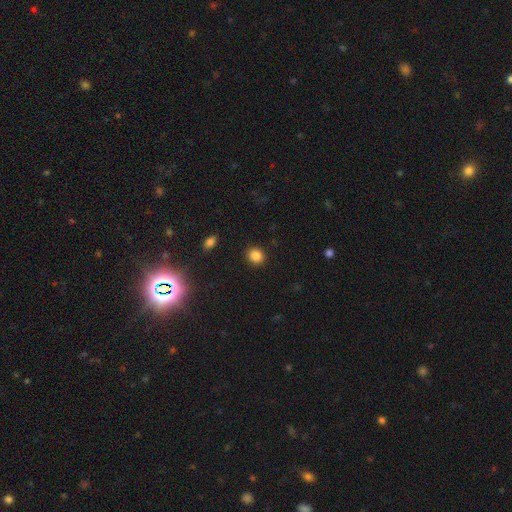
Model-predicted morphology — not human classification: smooth-or-featured: smooth: 84% | star or artifact: 11% | featured or disk: 4%
  how-rounded: round: 75% | in between: 24% | cigar-shaped: 1%
  merging: none: 91% | minor disturbance: 6% | major disturbance: 2% | merger: 1%